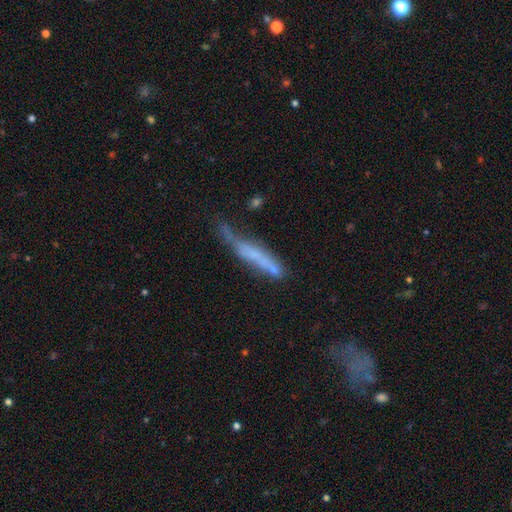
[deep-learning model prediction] Smooth or featured? featured or disk (47%)
Merging? none (37%)